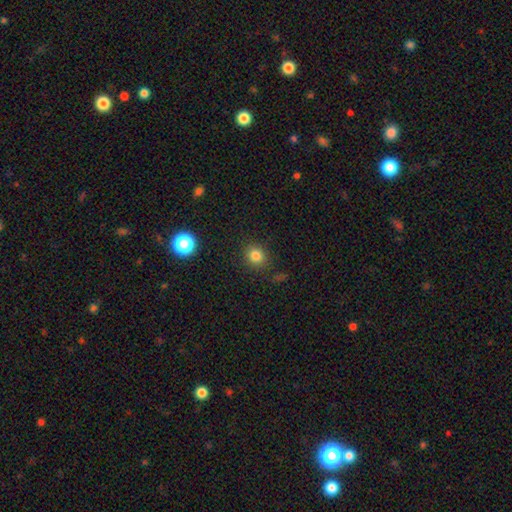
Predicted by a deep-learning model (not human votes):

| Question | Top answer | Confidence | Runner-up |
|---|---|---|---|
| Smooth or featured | smooth | 81% | star or artifact (13%) |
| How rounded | round | 82% | in between (17%) |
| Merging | none | 86% | minor disturbance (9%) |